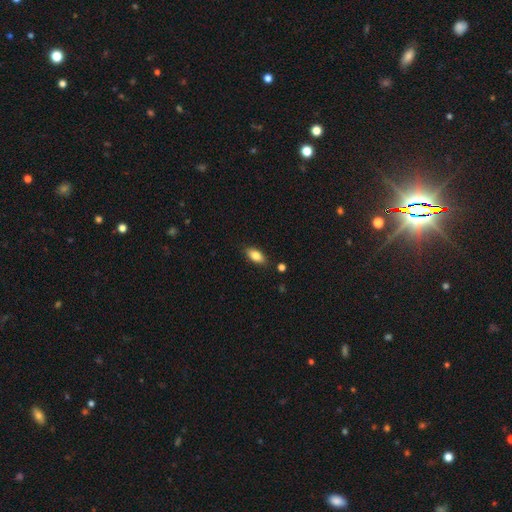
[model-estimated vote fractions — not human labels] Morphology: type=smooth (82%); roundness=in between (88%); merging=none (85%).